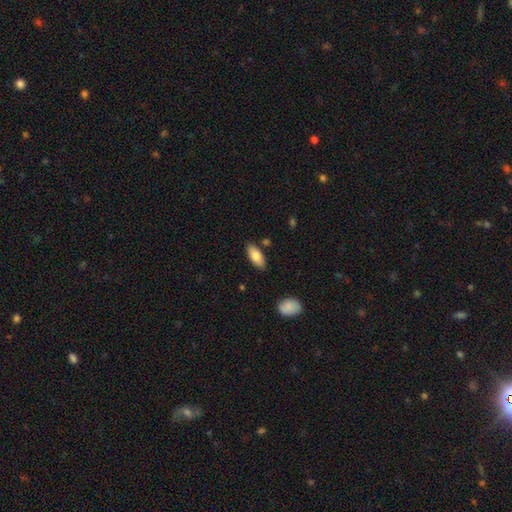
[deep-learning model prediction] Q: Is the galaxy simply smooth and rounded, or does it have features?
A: smooth — 81%.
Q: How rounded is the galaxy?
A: in between — 87%.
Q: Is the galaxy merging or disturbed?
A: none — 83%.